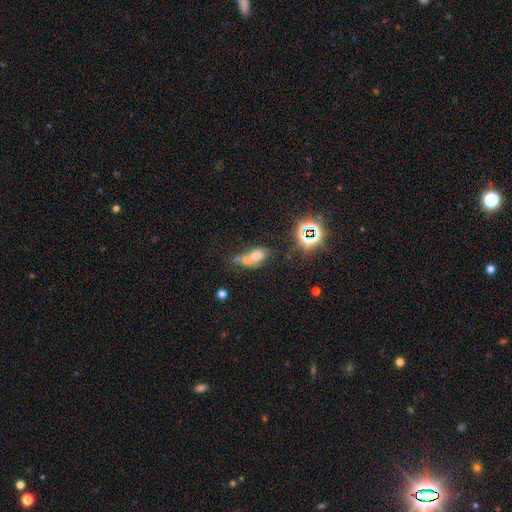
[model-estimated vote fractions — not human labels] Smooth or featured? Predicted: smooth (p=0.58). How rounded? Predicted: in between (p=0.69). Merging? Predicted: merger (p=0.60).